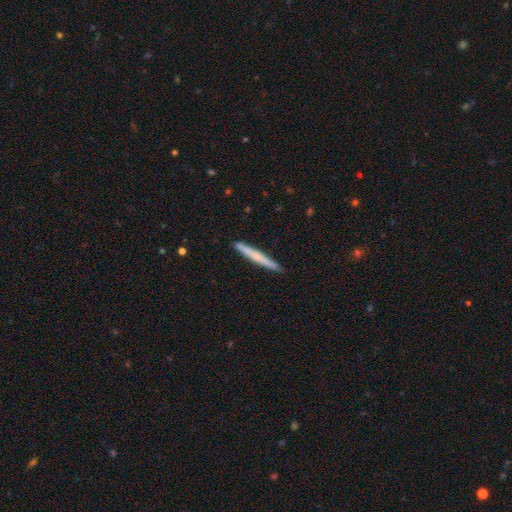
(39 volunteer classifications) Smooth or featured?
  - smooth: 59% *
  - featured or disk: 38%
  - star or artifact: 3%
How rounded?
  - cigar-shaped: 100% *
  - round: 0%
  - in between: 0%
Merging?
  - none: 92% *
  - minor disturbance: 8%
  - major disturbance: 0%
  - merger: 0%